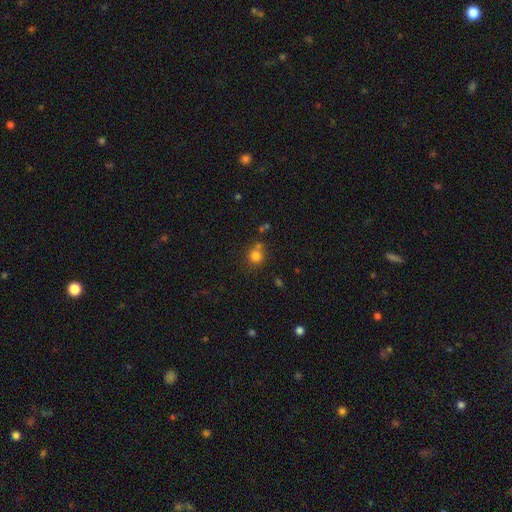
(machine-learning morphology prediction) Smooth or featured: smooth — 79% (star or artifact — 14%)
How rounded: round — 85% (in between — 14%)
Merging: none — 60% (merger — 23%)